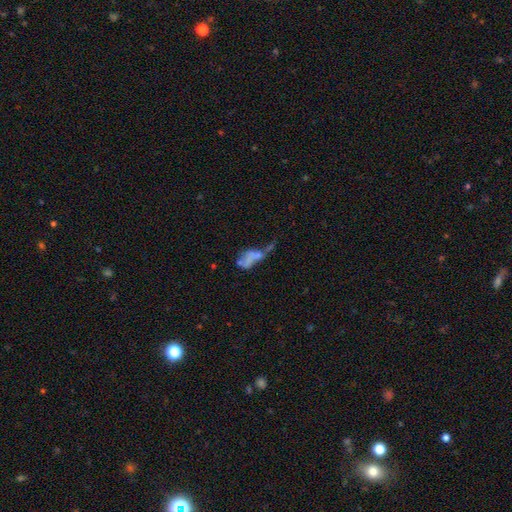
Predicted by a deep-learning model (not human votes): A featured or disk galaxy (44%). Merging: merger (33%).